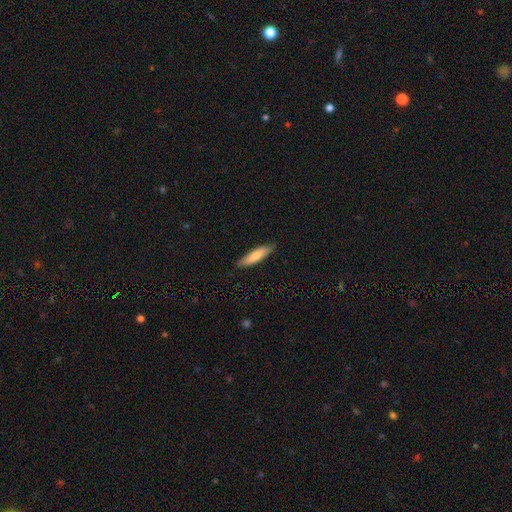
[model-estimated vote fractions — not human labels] Smooth or featured: smooth — 75% (featured or disk — 20%)
How rounded: cigar-shaped — 76% (in between — 22%)
Merging: none — 86% (minor disturbance — 11%)